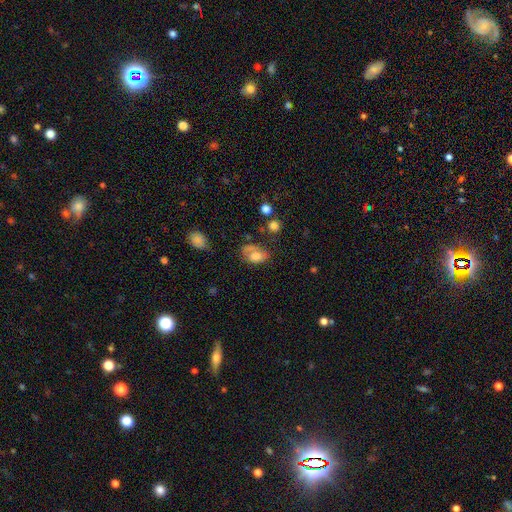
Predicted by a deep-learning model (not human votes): This appears to be a smooth galaxy with no disk features (69%) that is in between round and cigar-shaped (82%). Merging: none (38%).